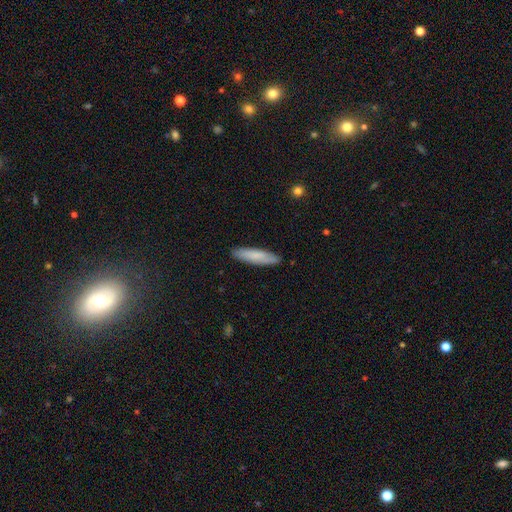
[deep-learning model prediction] A smooth galaxy with no disk features (80%) that is cigar-shaped (76%). Merging: none (89%).